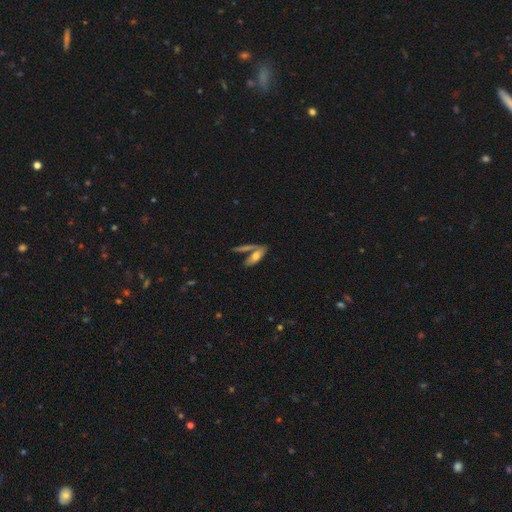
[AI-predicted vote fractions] Morphology: type=smooth (63%); roundness=in between (62%); merging=none (50%).